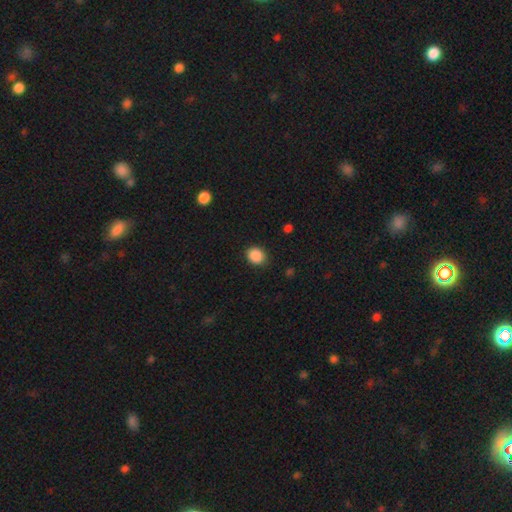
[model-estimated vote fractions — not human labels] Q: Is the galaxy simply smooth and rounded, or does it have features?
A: smooth — 89%.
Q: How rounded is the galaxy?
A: round — 62%.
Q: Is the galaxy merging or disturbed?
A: none — 86%.